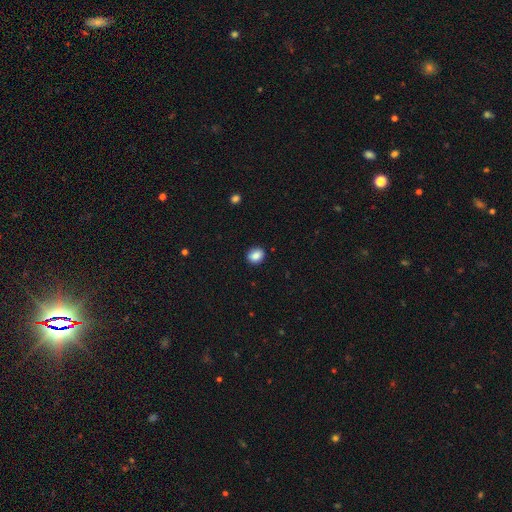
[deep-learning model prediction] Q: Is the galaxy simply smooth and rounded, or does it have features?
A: smooth — 86%.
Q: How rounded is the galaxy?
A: round — 61%.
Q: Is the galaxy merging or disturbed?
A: none — 90%.